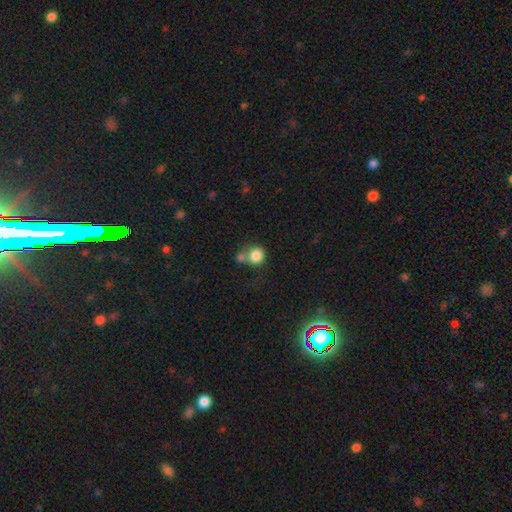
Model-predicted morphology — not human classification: smooth 83%, star or artifact 9%, featured or disk 7%. Down the decision tree: how rounded — round (84%); merging — none (46%).